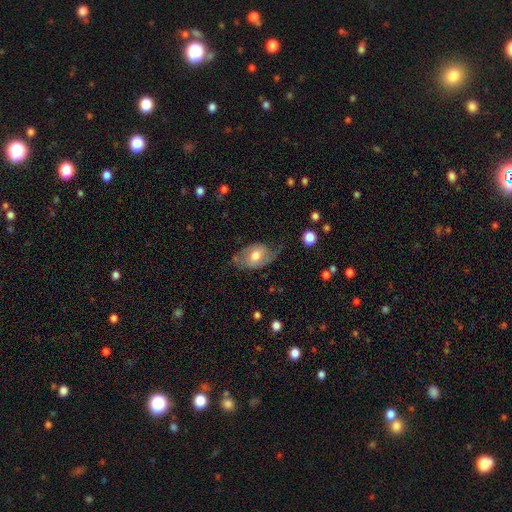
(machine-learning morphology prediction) Smooth or featured? Predicted: featured or disk (p=0.53). Edge-on disk? Predicted: no (p=0.93). Merging? Predicted: none (p=0.44).